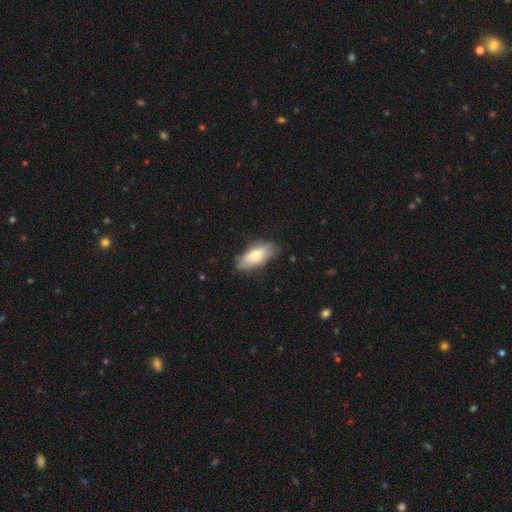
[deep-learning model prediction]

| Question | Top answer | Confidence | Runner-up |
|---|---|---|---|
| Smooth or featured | smooth | 63% | featured or disk (30%) |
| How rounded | in between | 81% | cigar-shaped (16%) |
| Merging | none | 74% | minor disturbance (20%) |